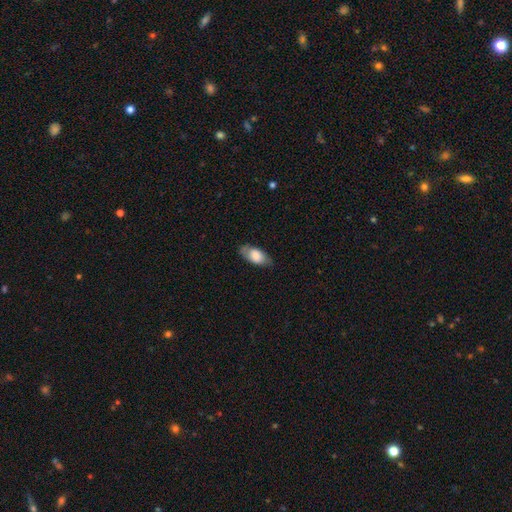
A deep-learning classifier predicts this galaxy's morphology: Q: Smooth or featured?
A: smooth (71%); runner-up: featured or disk (22%)
Q: How rounded?
A: in between (89%); runner-up: cigar-shaped (8%)
Q: Merging?
A: none (75%); runner-up: minor disturbance (19%)